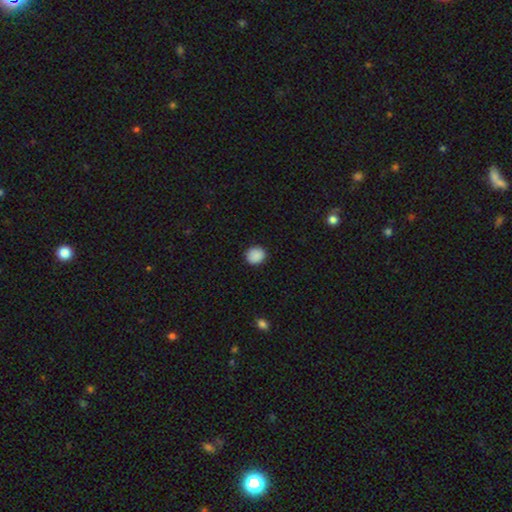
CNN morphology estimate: Smooth or featured? smooth (89%)
How rounded? round (80%)
Merging? none (89%)